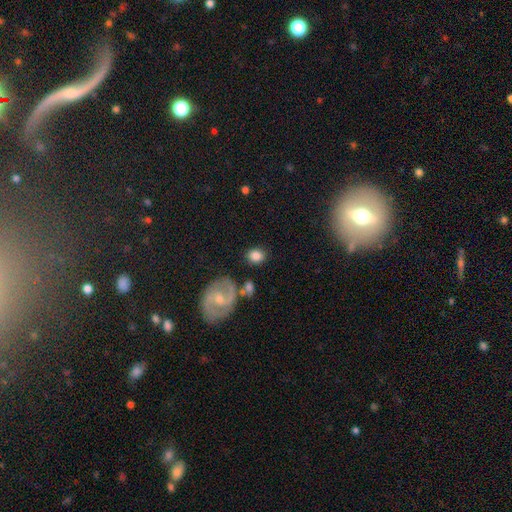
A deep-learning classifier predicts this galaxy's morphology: This is likely a smooth galaxy (79%). How rounded: possibly round (57%). Merging: likely none (76%).